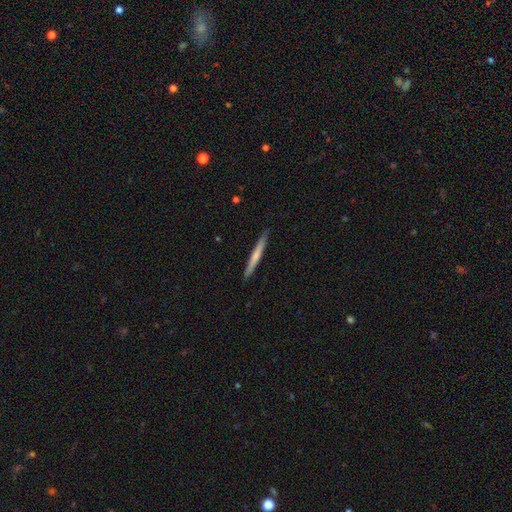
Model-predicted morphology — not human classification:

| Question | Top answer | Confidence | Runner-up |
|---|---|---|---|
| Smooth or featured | smooth | 54% | featured or disk (41%) |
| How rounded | cigar-shaped | 97% | in between (2%) |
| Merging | none | 91% | minor disturbance (7%) |